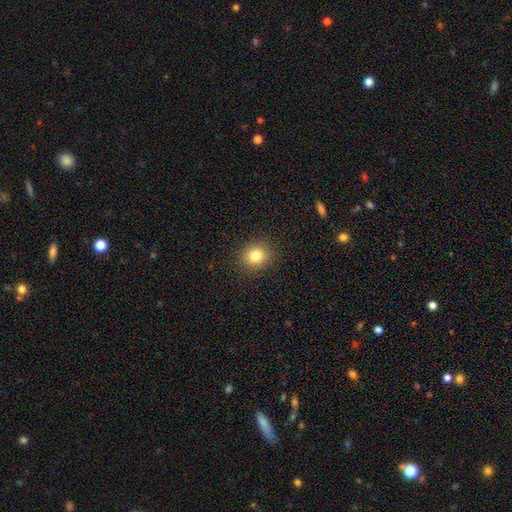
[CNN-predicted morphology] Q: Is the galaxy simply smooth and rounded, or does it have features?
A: smooth — 82%.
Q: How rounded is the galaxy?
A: round — 82%.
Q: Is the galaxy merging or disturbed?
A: none — 90%.